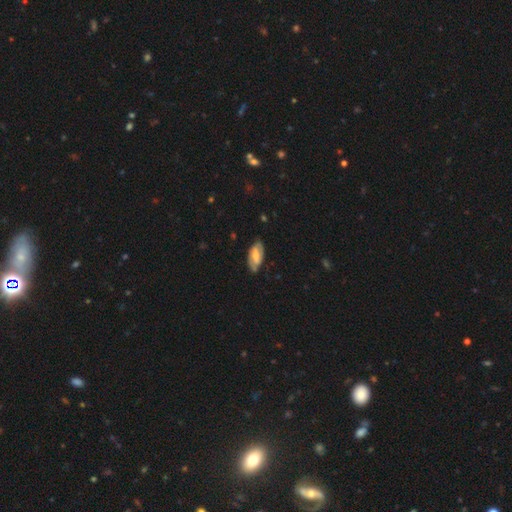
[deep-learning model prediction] Smooth or featured? Predicted: featured or disk (p=0.61). Edge-on disk? Predicted: no (p=0.91). Bar? Predicted: weak (p=0.42). Spiral arms? Predicted: yes (p=0.73). Bulge size? Predicted: moderate (p=0.50). Merging? Predicted: none (p=0.77).